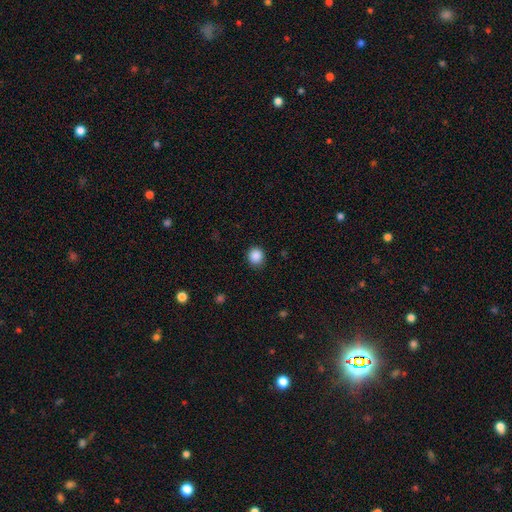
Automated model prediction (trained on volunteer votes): A smooth galaxy with no disk features (88%) that is round (86%). Merging: none (89%).